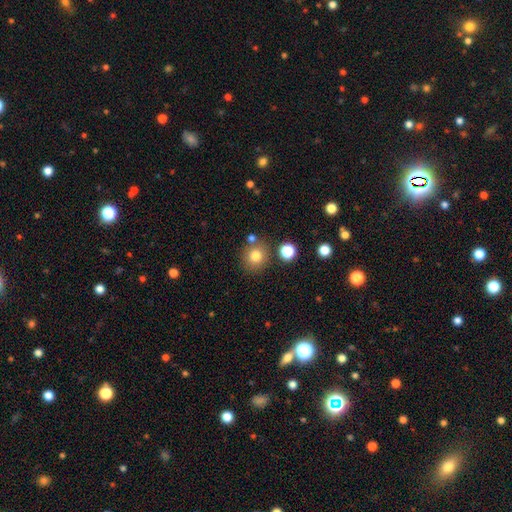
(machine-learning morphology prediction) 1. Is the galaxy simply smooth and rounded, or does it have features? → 78% smooth, 13% star or artifact, 9% featured or disk.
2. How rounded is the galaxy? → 87% round, 12% in between, 1% cigar-shaped.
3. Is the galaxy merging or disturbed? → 77% none, 10% minor disturbance, 10% merger, 3% major disturbance.